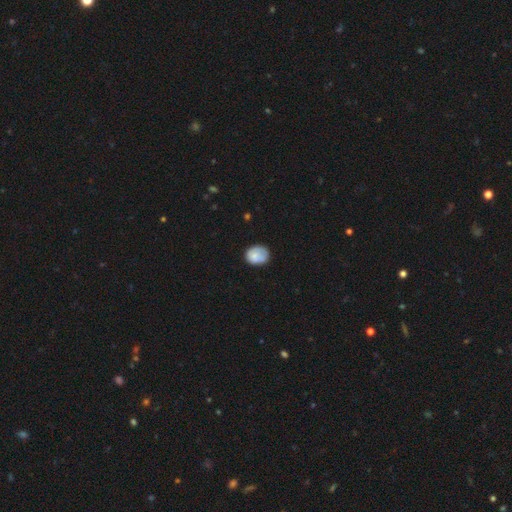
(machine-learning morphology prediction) Q: Smooth or featured?
A: smooth (79%); runner-up: featured or disk (13%)
Q: How rounded?
A: round (50%); runner-up: in between (49%)
Q: Merging?
A: none (63%); runner-up: minor disturbance (28%)